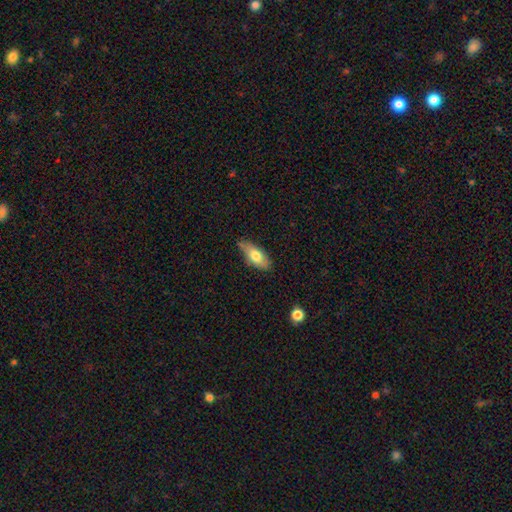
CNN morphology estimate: This is likely a smooth galaxy (70%). How rounded: clearly in between (80%). Merging: likely none (70%).